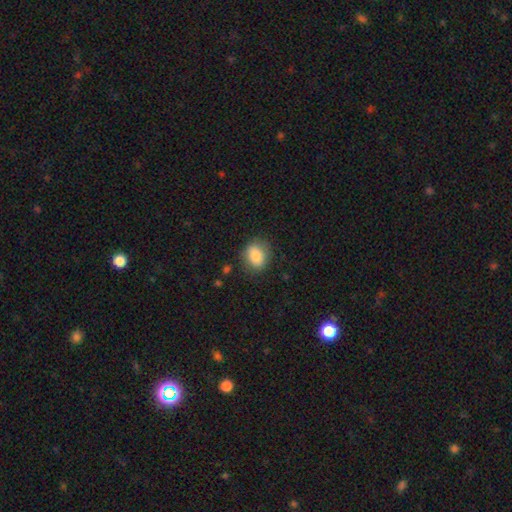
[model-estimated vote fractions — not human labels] smooth_or_featured: smooth (p=0.85) [alt: star or artifact p=0.08]
how_rounded: in between (p=0.62) [alt: round p=0.37]
merging: none (p=0.78) [alt: minor disturbance p=0.16]